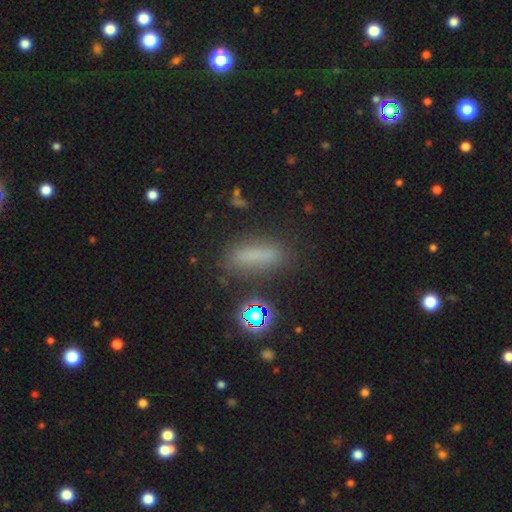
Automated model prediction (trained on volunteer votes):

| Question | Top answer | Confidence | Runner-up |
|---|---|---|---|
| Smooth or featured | smooth | 66% | star or artifact (21%) |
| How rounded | cigar-shaped | 59% | in between (36%) |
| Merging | none | 74% | minor disturbance (16%) |